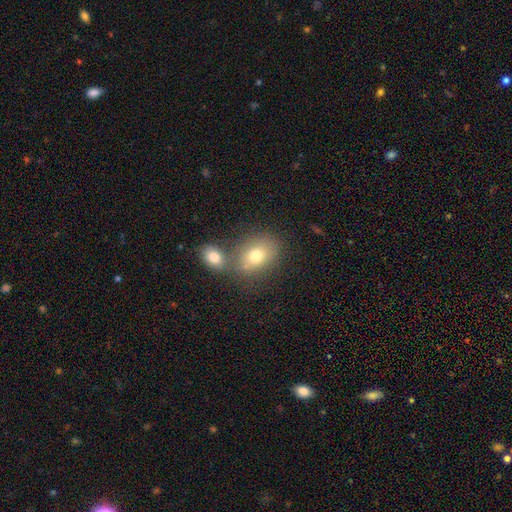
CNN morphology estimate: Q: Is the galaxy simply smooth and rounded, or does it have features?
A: smooth — 74%.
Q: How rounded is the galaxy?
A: in between — 64%.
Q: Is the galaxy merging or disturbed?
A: none — 50%.